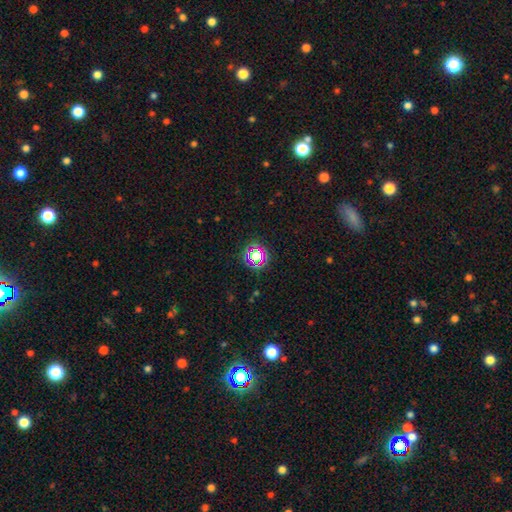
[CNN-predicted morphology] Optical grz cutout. It shows a star or artifact, not a galaxy (66%).